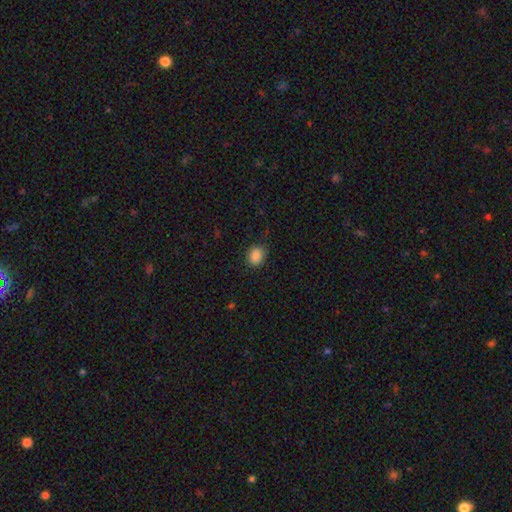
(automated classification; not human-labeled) Overall: smooth (87%). How rounded: round (56%; in between 43%). Merging: none (83%).